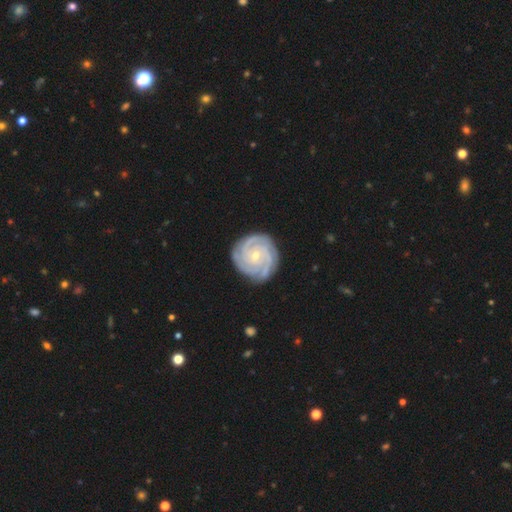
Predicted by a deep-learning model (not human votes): Q: Smooth or featured?
A: featured or disk (91%); runner-up: smooth (5%)
Q: Edge-on disk?
A: no (98%); runner-up: yes (2%)
Q: Bar?
A: no (69%); runner-up: weak (24%)
Q: Spiral arms?
A: yes (98%); runner-up: no (2%)
Q: Spiral winding?
A: tight (82%); runner-up: medium (16%)
Q: Spiral arm count?
A: 3 (43%); runner-up: 4 (21%)
Q: Bulge size?
A: small (68%); runner-up: moderate (30%)
Q: Merging?
A: none (83%); runner-up: minor disturbance (13%)